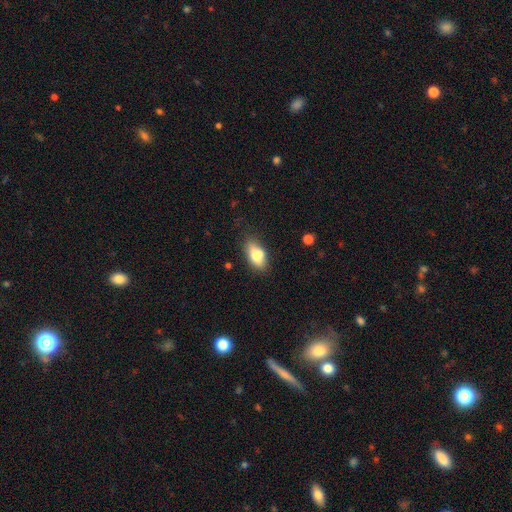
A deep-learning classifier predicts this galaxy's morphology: smooth-or-featured: smooth: 71% | featured or disk: 21% | star or artifact: 8%
  how-rounded: in between: 85% | cigar-shaped: 8% | round: 6%
  merging: none: 58% | minor disturbance: 20% | merger: 17% | major disturbance: 6%